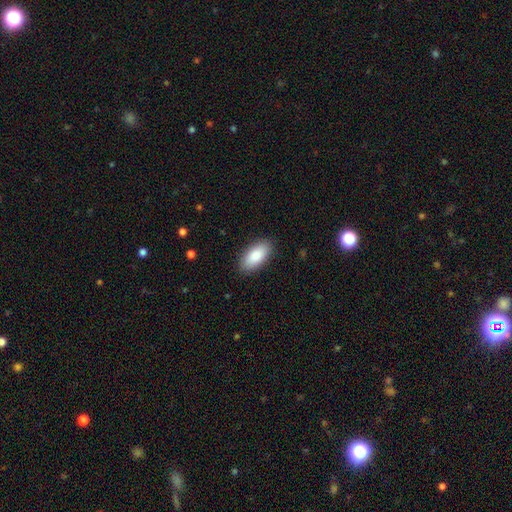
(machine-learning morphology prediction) A smooth galaxy with no disk features (85%) that is in between round and cigar-shaped (90%).

Vote fractions:
- Smooth or featured? smooth: 85% / featured or disk: 9% / star or artifact: 6%
- How rounded? in between: 90% / cigar-shaped: 7% / round: 2%
- Merging? none: 88% / minor disturbance: 9% / major disturbance: 2% / merger: 1%